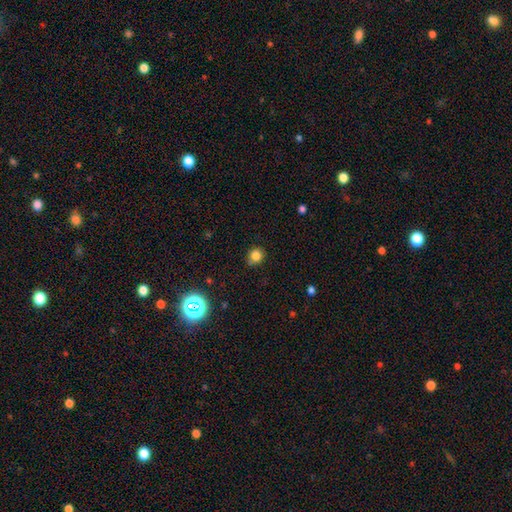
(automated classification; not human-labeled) Smooth or featured: smooth — 81% (star or artifact — 14%)
How rounded: round — 79% (in between — 20%)
Merging: none — 77% (minor disturbance — 17%)